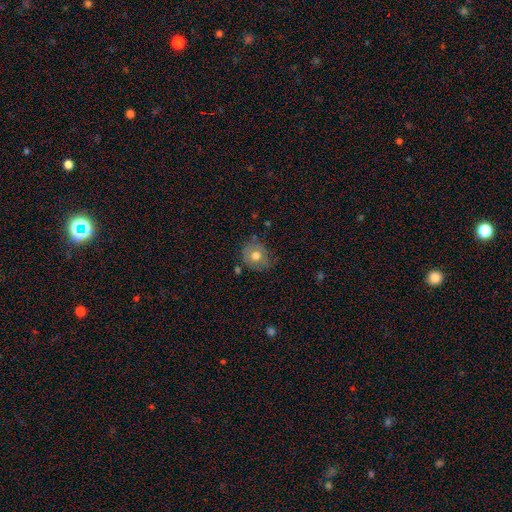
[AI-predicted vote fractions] A smooth galaxy with no disk features (68%) that is round (80%). Merging: none (71%).